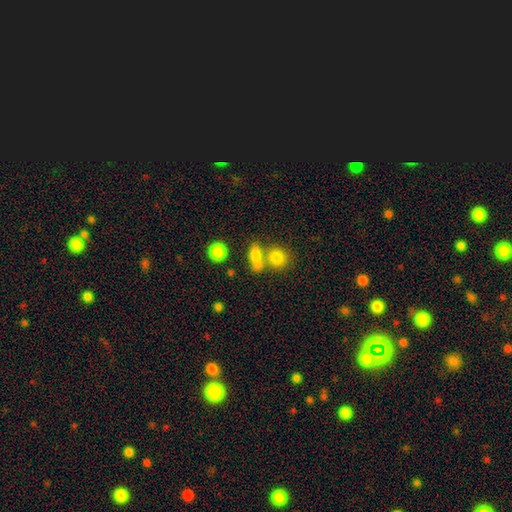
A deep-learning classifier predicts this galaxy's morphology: Smooth or featured: smooth — 76% (featured or disk — 13%)
How rounded: in between — 55% (round — 33%)
Merging: none — 51% (merger — 33%)